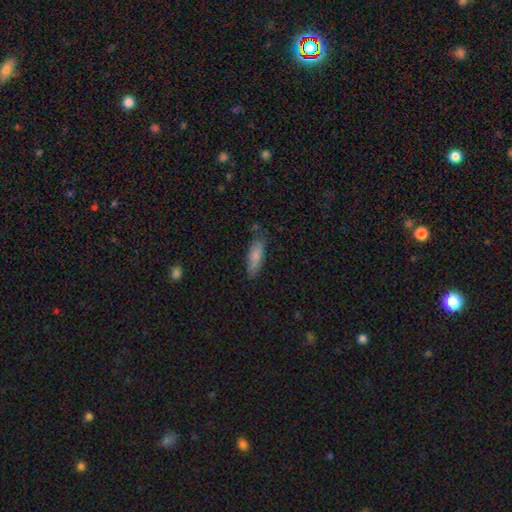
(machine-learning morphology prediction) Smooth or featured? Predicted: smooth (p=0.79). How rounded? Predicted: in between (p=0.52). Merging? Predicted: none (p=0.73).